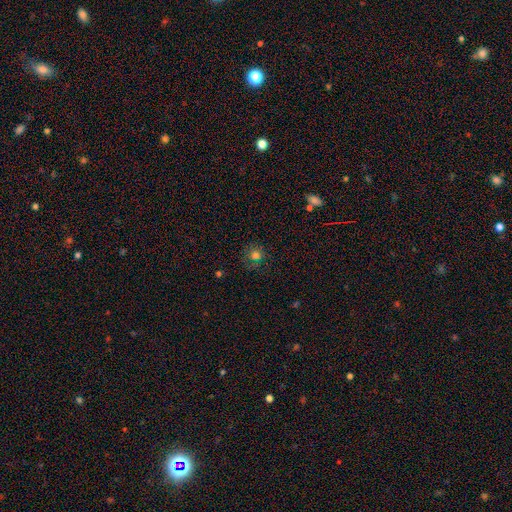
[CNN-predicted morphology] smooth-or-featured: smooth: 68% | star or artifact: 21% | featured or disk: 11%
  how-rounded: round: 86% | in between: 13% | cigar-shaped: 1%
  merging: none: 75% | minor disturbance: 15% | major disturbance: 8% | merger: 2%